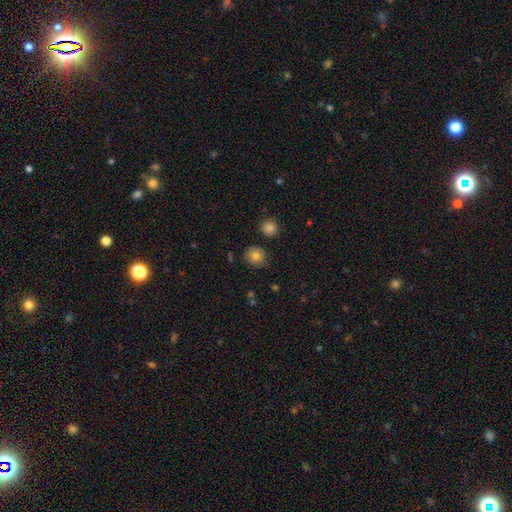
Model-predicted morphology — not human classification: Overall: smooth (83%). How rounded: round (83%). Merging: none (85%).